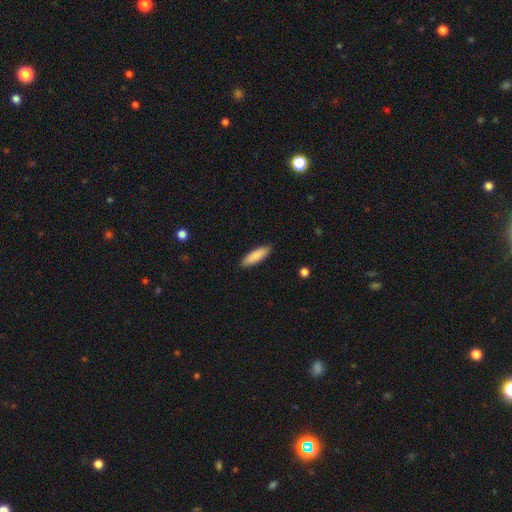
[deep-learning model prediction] Morphology: type=smooth (88%); roundness=cigar-shaped (58%); merging=none (89%).